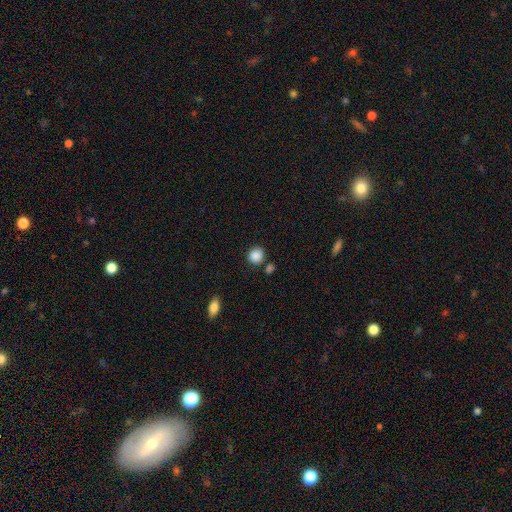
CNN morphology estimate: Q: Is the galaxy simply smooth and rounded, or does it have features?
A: smooth — 88%.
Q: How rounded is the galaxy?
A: round — 88%.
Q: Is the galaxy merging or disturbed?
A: none — 79%.